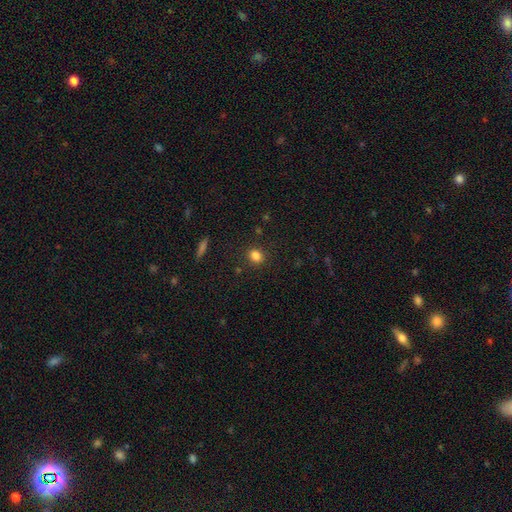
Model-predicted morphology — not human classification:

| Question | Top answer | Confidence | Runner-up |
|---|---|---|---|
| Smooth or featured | smooth | 83% | star or artifact (12%) |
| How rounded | round | 64% | in between (34%) |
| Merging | none | 87% | minor disturbance (9%) |